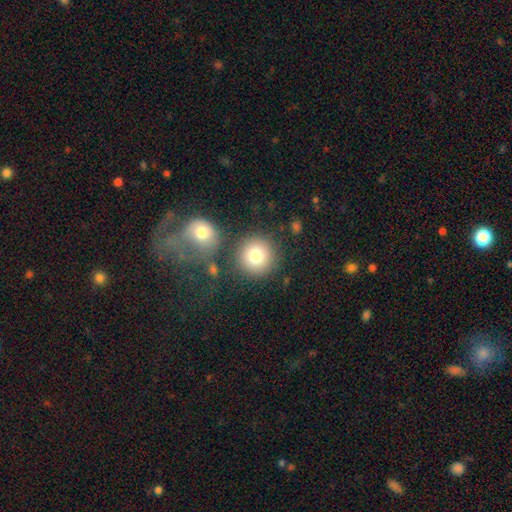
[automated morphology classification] The model was most divided on "smooth or featured": smooth: 79%, star or artifact: 10%, featured or disk: 10%. More confident: how rounded — round (93%); merging — none (80%).